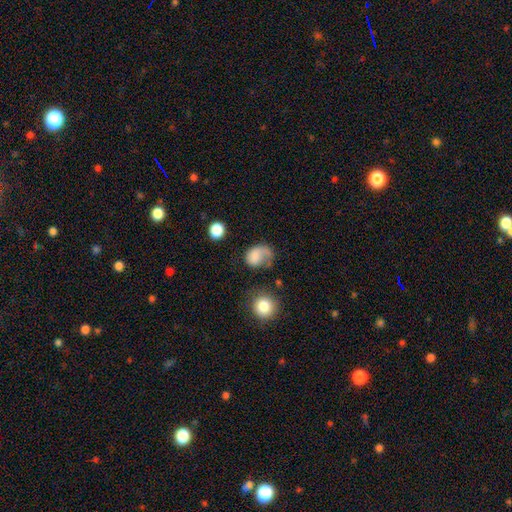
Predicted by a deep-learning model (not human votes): Smooth or featured?
  - smooth: 66% *
  - featured or disk: 25%
  - star or artifact: 9%
How rounded?
  - in between: 50% *
  - round: 49%
  - cigar-shaped: 1%
Merging?
  - major disturbance: 40% *
  - none: 31%
  - minor disturbance: 24%
  - merger: 5%